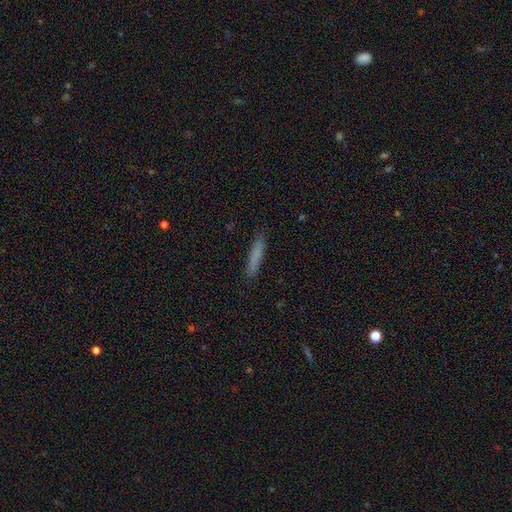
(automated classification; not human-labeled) Smooth or featured? Predicted: smooth (p=0.79). How rounded? Predicted: cigar-shaped (p=0.91). Merging? Predicted: none (p=0.87).